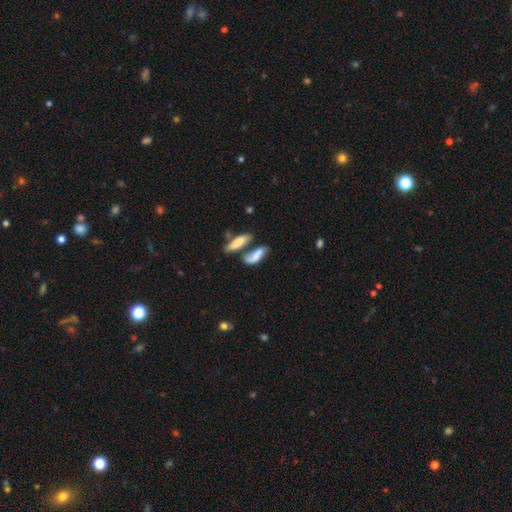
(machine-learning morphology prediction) This is likely a smooth galaxy (65%). How rounded: likely in between (62%). Merging: possibly merger (52%).